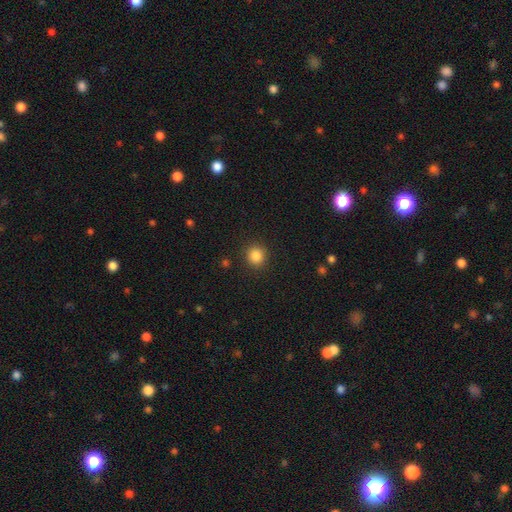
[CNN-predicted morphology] Smooth or featured? smooth (85%)
How rounded? round (90%)
Merging? none (90%)